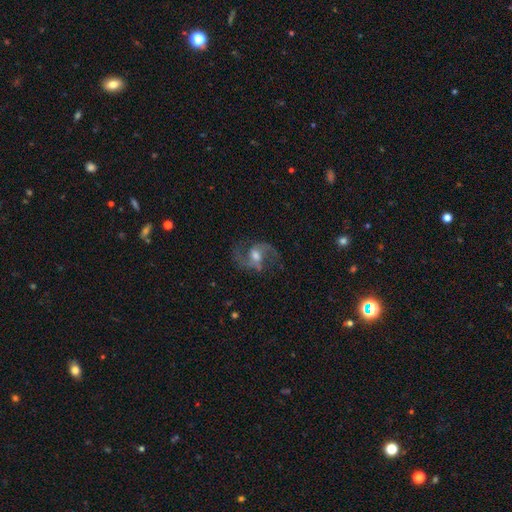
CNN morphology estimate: type=featured or disk (87%); edge-on=no (97%); bar=weak (51%); spiral arms=yes (97%); winding=medium (51%); arm count=2 (91%); bulge=moderate (59%); merging=none (76%).